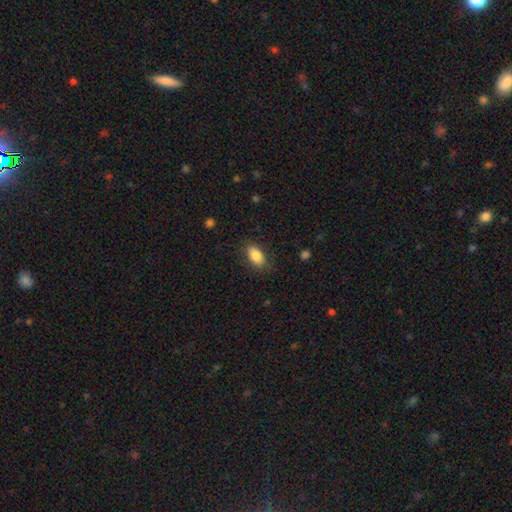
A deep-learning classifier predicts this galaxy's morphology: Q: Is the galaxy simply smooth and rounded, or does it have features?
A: smooth — 84%.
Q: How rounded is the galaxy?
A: in between — 90%.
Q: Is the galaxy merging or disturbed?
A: none — 82%.